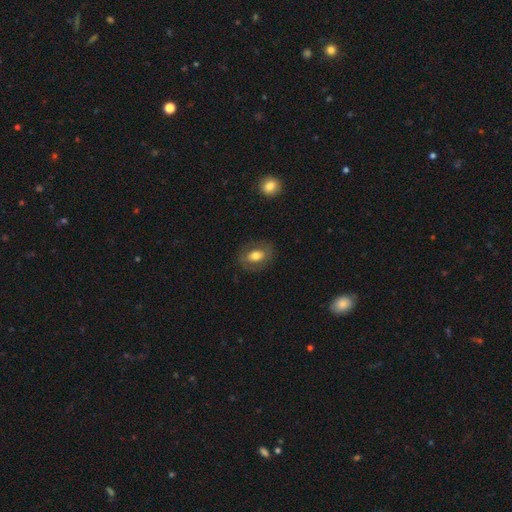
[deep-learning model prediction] Smooth or featured? smooth (65%)
How rounded? in between (76%)
Merging? none (80%)